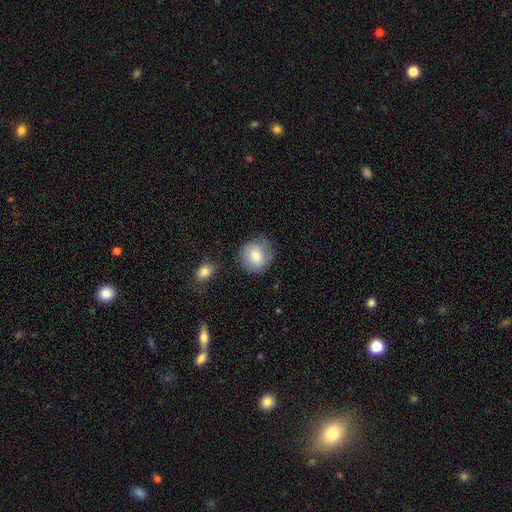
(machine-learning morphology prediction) A smooth galaxy with no disk features (68%) that is round (89%).

Vote fractions:
- Smooth or featured? smooth: 68% / featured or disk: 24% / star or artifact: 8%
- How rounded? round: 89% / in between: 10% / cigar-shaped: 1%
- Merging? none: 75% / minor disturbance: 17% / major disturbance: 5% / merger: 3%